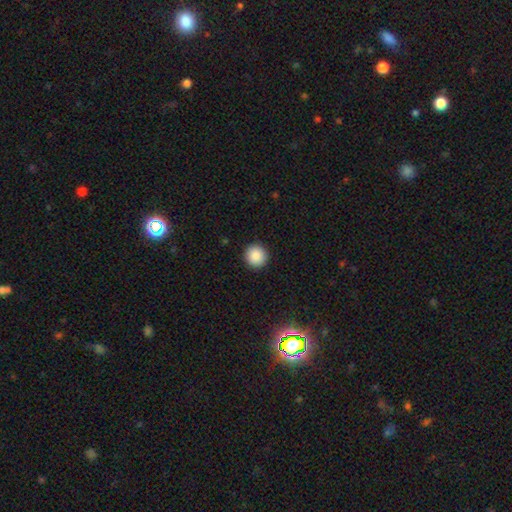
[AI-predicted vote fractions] This is clearly a smooth galaxy (88%). How rounded: clearly round (95%). Merging: clearly none (93%).